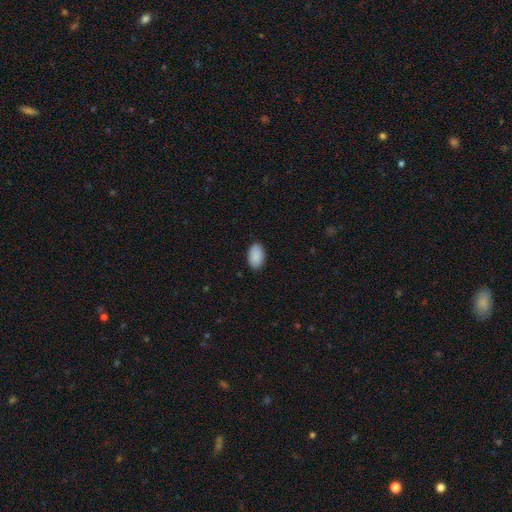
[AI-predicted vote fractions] Smooth or featured?
  - smooth: 91% *
  - star or artifact: 6%
  - featured or disk: 3%
How rounded?
  - in between: 93% *
  - round: 6%
  - cigar-shaped: 1%
Merging?
  - none: 88% *
  - minor disturbance: 9%
  - major disturbance: 2%
  - merger: 1%